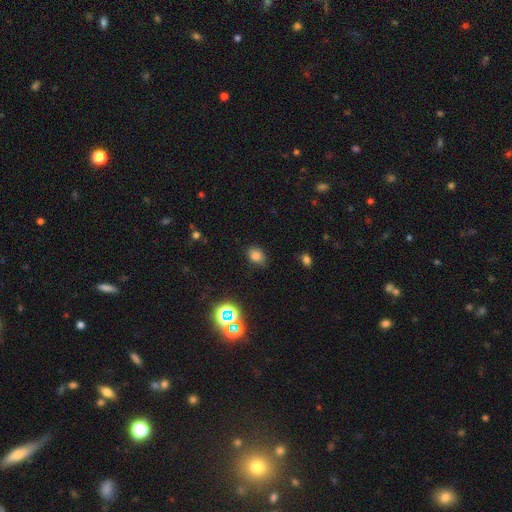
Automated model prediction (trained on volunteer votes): The model was most divided on "how rounded": in between: 64%, round: 34%, cigar-shaped: 1%. More confident: merging — none (78%); smooth or featured — smooth (76%).